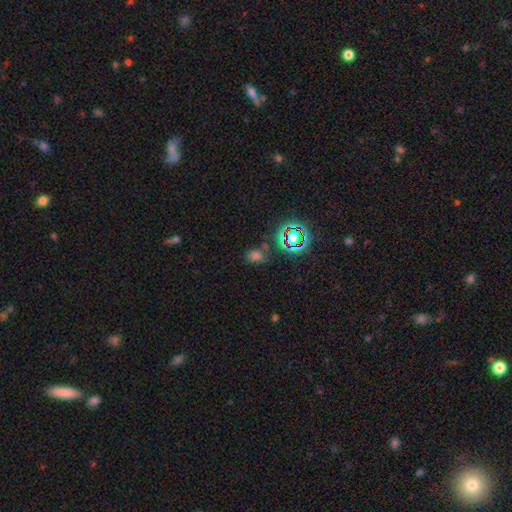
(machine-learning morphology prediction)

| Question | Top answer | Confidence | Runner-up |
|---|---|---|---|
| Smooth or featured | smooth | 51% | star or artifact (42%) |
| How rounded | in between | 56% | round (42%) |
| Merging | none | 73% | minor disturbance (14%) |